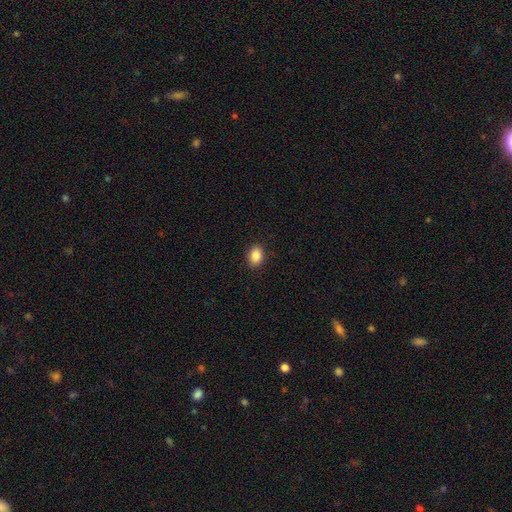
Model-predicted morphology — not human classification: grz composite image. It shows a smooth galaxy with no disk features (87%) that is in between round and cigar-shaped (71%). Merging: none (90%).